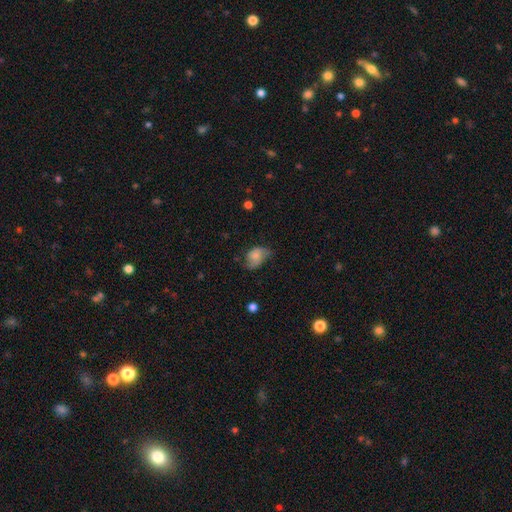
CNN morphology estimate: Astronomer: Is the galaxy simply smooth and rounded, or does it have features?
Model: smooth — 61%.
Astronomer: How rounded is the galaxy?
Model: in between — 78%.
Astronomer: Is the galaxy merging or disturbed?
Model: none — 40% (runner-up: minor disturbance, 37%).